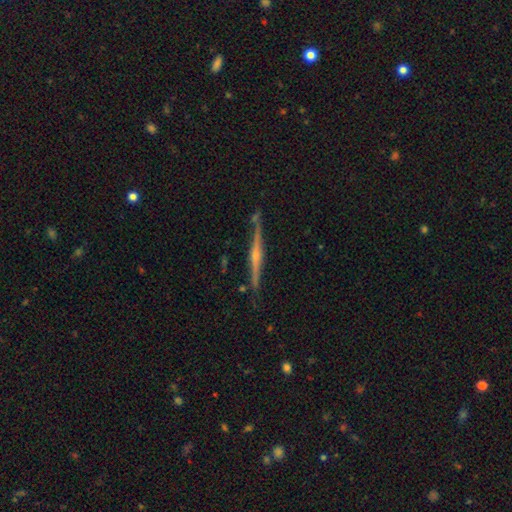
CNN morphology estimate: Smooth or featured?
  - featured or disk: 83% *
  - smooth: 10%
  - star or artifact: 6%
Edge-on disk?
  - yes: 98% *
  - no: 2%
Edge-on bulge?
  - rounded: 80% *
  - none: 11%
  - boxy: 8%
Merging?
  - none: 84% *
  - minor disturbance: 10%
  - merger: 3%
  - major disturbance: 2%